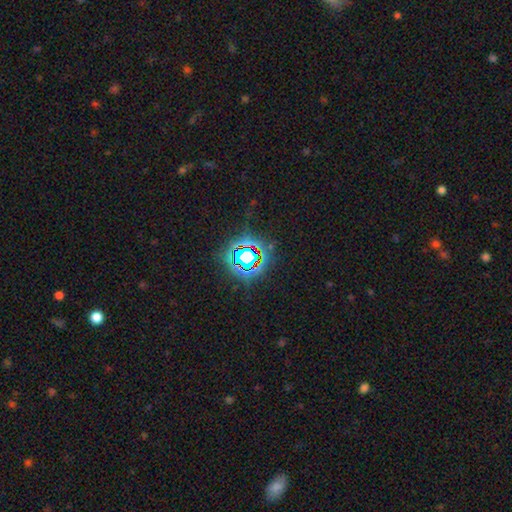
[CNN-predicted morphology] Smooth or featured?
  - star or artifact: 81% *
  - smooth: 11%
  - featured or disk: 8%